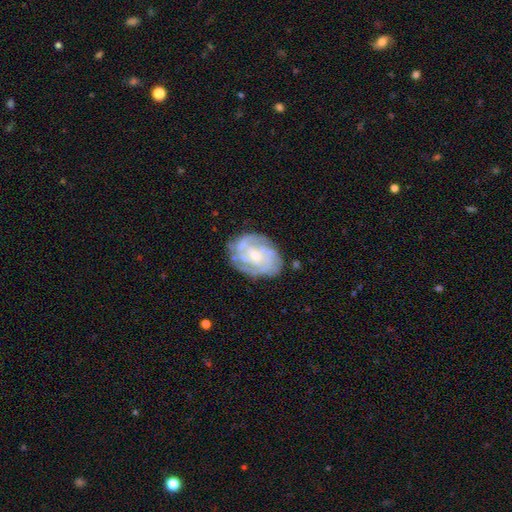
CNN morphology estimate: This appears to be a featured or disk galaxy (84%) with no bar (62%), tight (66%) spiral arms (94%) and a small central bulge (60%). Merging: none (75%).